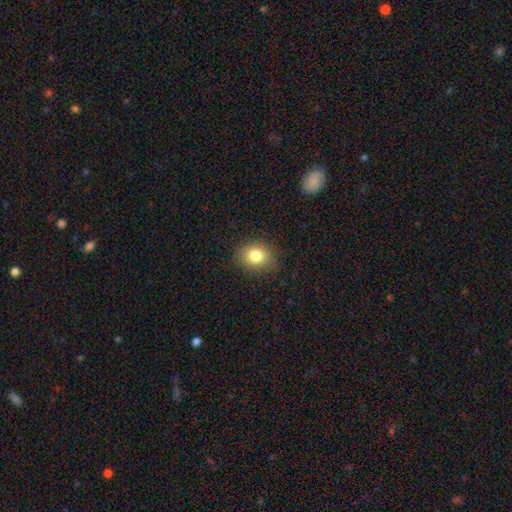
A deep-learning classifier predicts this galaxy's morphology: Q: Smooth or featured?
A: smooth (81%); runner-up: star or artifact (11%)
Q: How rounded?
A: round (58%); runner-up: in between (41%)
Q: Merging?
A: none (84%); runner-up: minor disturbance (12%)